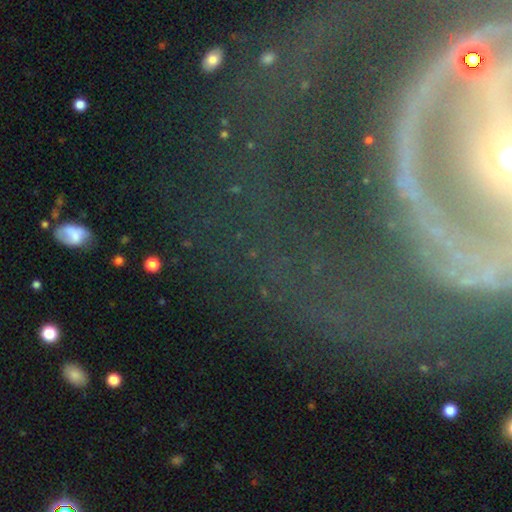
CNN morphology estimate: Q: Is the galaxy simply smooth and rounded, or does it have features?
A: featured or disk — 68%.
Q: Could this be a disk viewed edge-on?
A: no — 88%.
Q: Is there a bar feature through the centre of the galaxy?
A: strong — 40%.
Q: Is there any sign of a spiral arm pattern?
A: yes — 76%.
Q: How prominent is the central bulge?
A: small — 46%.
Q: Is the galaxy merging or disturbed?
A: none — 56%.